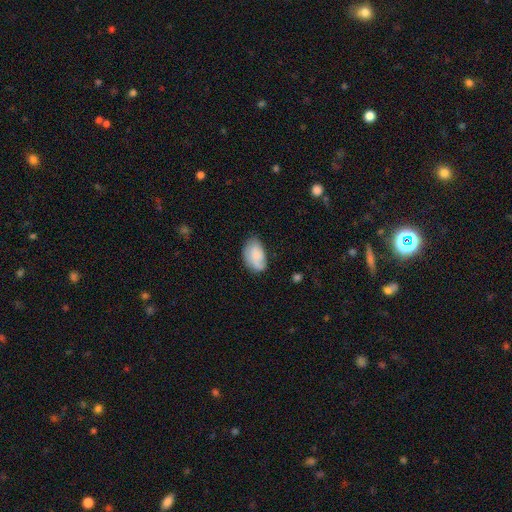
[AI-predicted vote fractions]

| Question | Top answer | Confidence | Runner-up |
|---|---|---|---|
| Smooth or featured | smooth | 75% | featured or disk (18%) |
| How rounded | in between | 93% | round (6%) |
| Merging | none | 62% | minor disturbance (28%) |